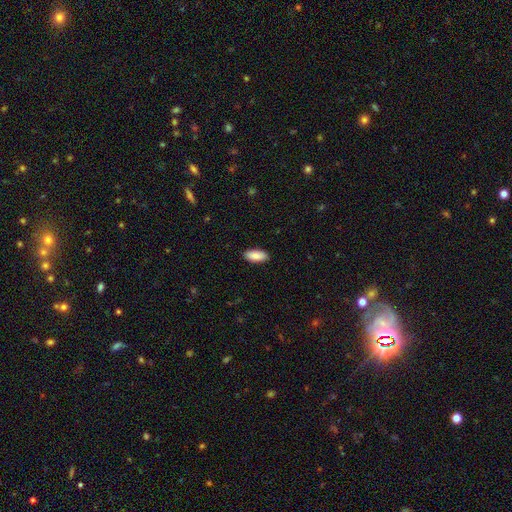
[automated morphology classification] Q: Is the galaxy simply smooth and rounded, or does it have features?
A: smooth — 86%.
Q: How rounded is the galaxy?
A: in between — 88%.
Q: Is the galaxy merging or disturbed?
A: none — 89%.